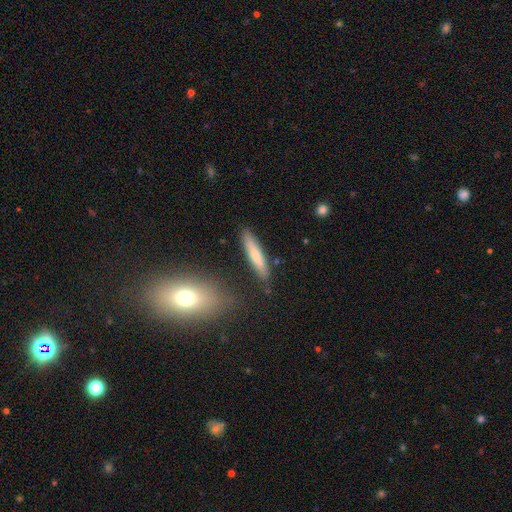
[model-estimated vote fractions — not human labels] Smooth or featured? smooth (69%)
How rounded? cigar-shaped (88%)
Merging? none (84%)